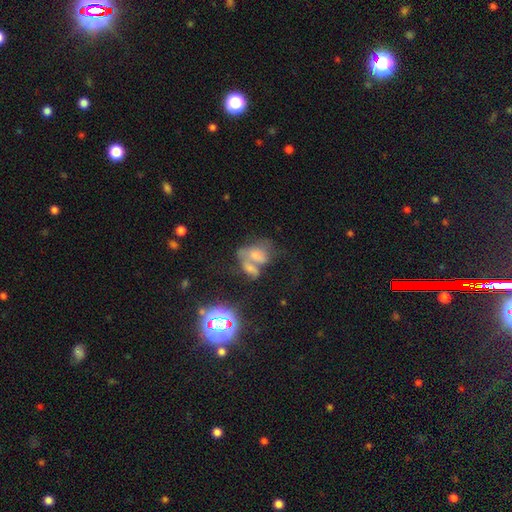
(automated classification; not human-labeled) Q: Smooth or featured?
A: smooth (47%); runner-up: featured or disk (28%)
Q: Merging?
A: merger (62%); runner-up: none (18%)